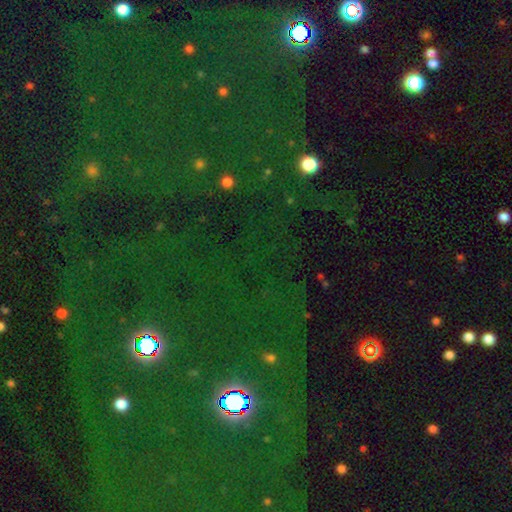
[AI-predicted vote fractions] This is likely a star or artifact rather than a galaxy (78%).